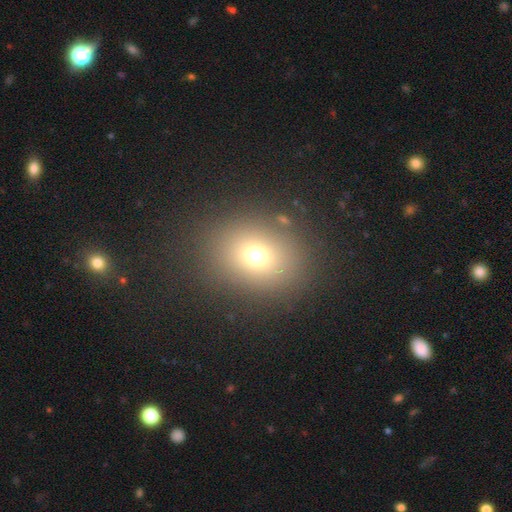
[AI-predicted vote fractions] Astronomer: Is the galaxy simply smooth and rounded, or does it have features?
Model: smooth — 69%.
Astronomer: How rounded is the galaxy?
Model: round — 63%.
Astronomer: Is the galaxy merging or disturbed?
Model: none — 83%.